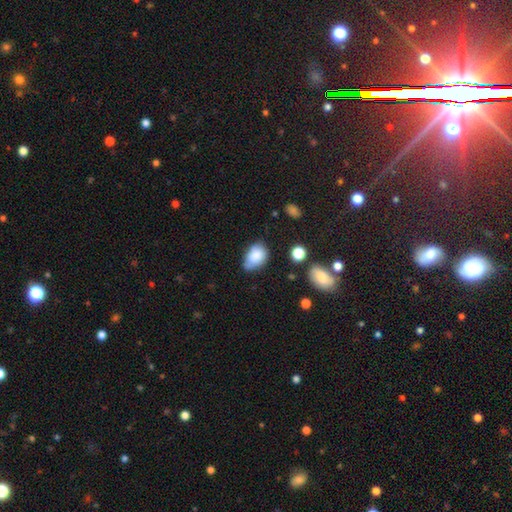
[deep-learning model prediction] This is clearly a smooth galaxy (81%). How rounded: clearly in between (81%). Merging: marginally none (43%).